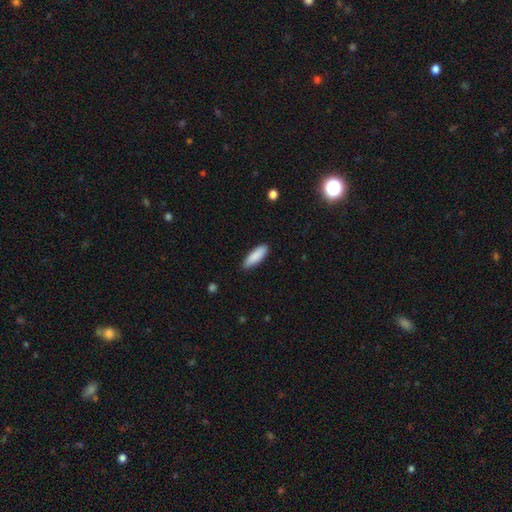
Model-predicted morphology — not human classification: Smooth or featured: smooth — 89% (featured or disk — 6%)
How rounded: in between — 52% (cigar-shaped — 47%)
Merging: none — 88% (minor disturbance — 9%)